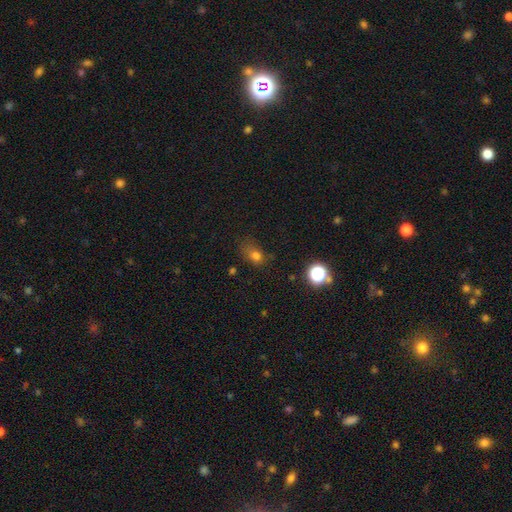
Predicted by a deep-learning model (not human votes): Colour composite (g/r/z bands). It shows a smooth galaxy with no disk features (74%) that is in between round and cigar-shaped (55%). Merging: none (49%).